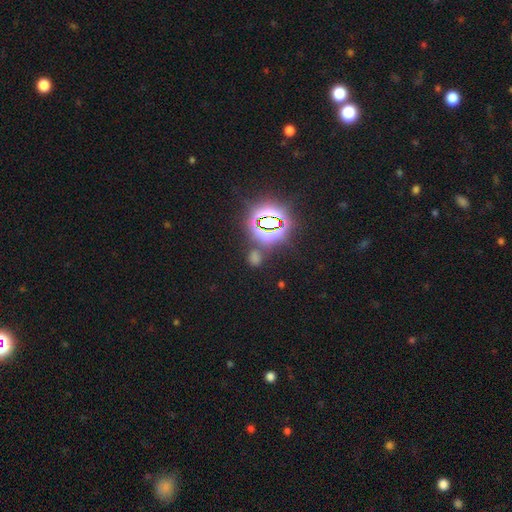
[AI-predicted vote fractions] smooth_or_featured: star or artifact (p=0.75) [alt: smooth p=0.18]